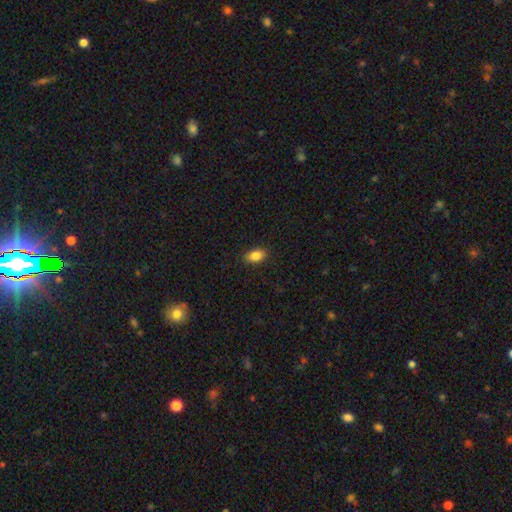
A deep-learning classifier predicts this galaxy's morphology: Overall: smooth (86%). How rounded: in between (87%). Merging: none (88%).